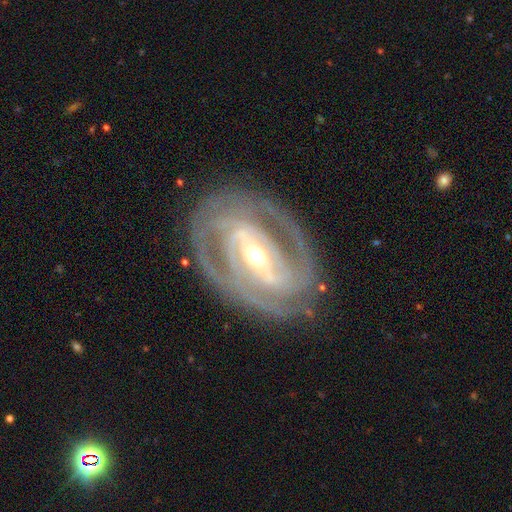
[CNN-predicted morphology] smooth_or_featured: featured or disk (p=0.91) [alt: smooth p=0.05]
disk_edge_on: no (p=0.96) [alt: yes p=0.04]
bar: strong (p=0.58) [alt: weak p=0.29]
has_spiral_arms: yes (p=0.96) [alt: no p=0.04]
spiral_winding: tight (p=0.68) [alt: medium p=0.27]
spiral_arm_count: 2 (p=0.51) [alt: 3 p=0.23]
bulge_size: moderate (p=0.64) [alt: small p=0.29]
merging: none (p=0.79) [alt: minor disturbance p=0.14]